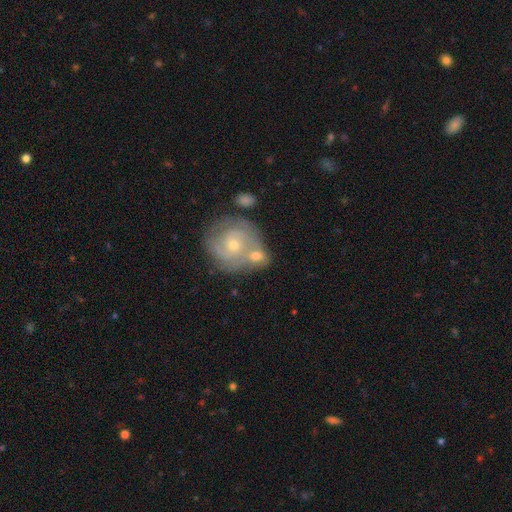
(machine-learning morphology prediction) Smooth or featured: featured or disk — 59% (smooth — 34%)
Edge-on disk: no — 96% (yes — 4%)
Bar: no — 73% (weak — 22%)
Spiral arms: yes — 82% (no — 18%)
Bulge size: small — 60% (moderate — 35%)
Merging: merger — 43% (none — 39%)